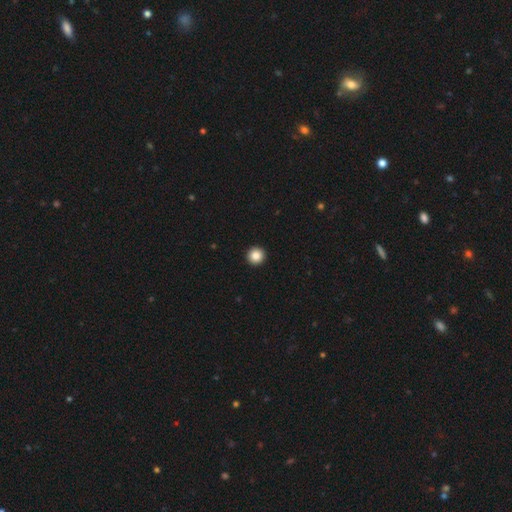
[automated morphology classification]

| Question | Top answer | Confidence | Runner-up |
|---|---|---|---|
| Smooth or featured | smooth | 86% | star or artifact (10%) |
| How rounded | round | 96% | in between (3%) |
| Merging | none | 94% | minor disturbance (3%) |